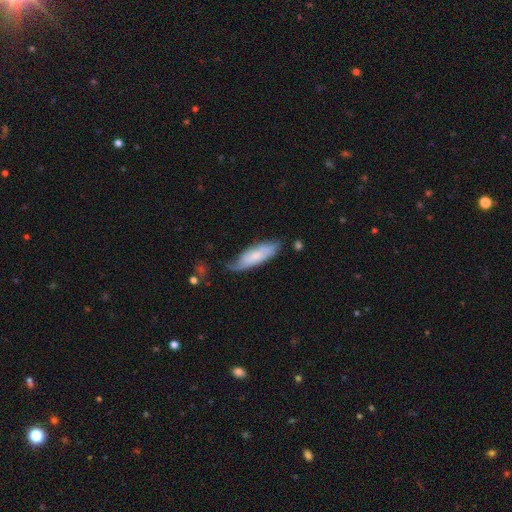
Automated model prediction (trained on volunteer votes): The model was most divided on "how rounded": in between: 50%, cigar-shaped: 48%, round: 2%. More confident: smooth or featured — smooth (60%); merging — none (59%).